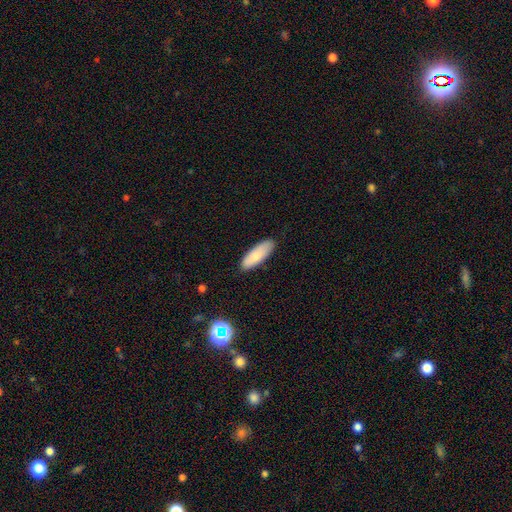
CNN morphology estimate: Overall: smooth (83%). How rounded: in between (61%; cigar-shaped 38%). Merging: none (86%).